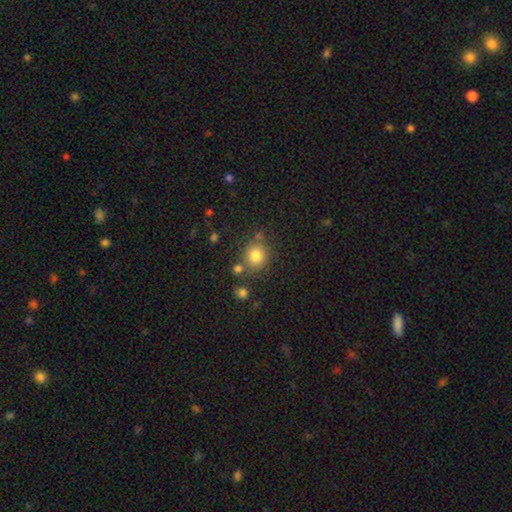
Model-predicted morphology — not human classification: smooth 81%, star or artifact 12%, featured or disk 7%. Down the decision tree: how rounded — round (85%); merging — none (74%).